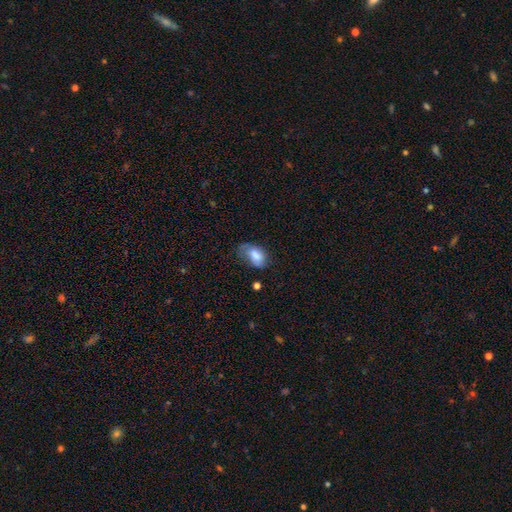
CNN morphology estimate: type=smooth (79%); roundness=in between (90%); merging=minor disturbance (37%).